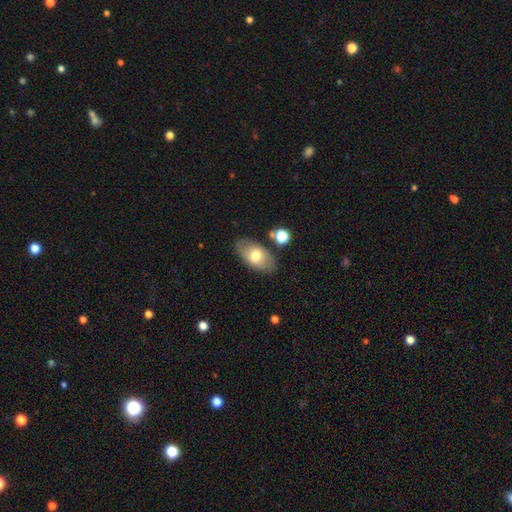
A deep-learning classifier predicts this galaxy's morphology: Smooth or featured?
  - smooth: 68% *
  - featured or disk: 25%
  - star or artifact: 7%
How rounded?
  - in between: 92% *
  - round: 6%
  - cigar-shaped: 2%
Merging?
  - none: 78% *
  - minor disturbance: 13%
  - merger: 5%
  - major disturbance: 3%